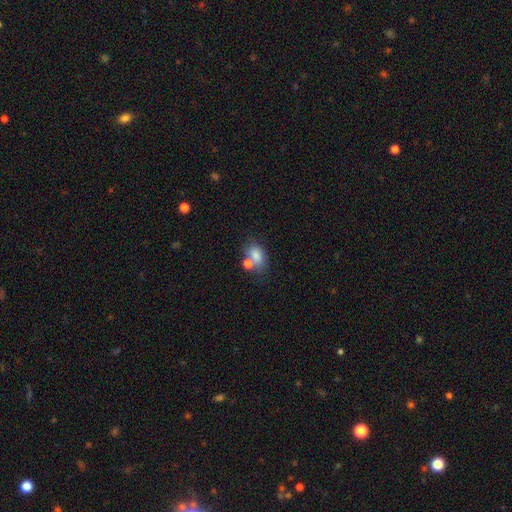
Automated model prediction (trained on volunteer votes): A smooth galaxy with no disk features (77%) that is in between round and cigar-shaped (78%). Merging: none (46%).